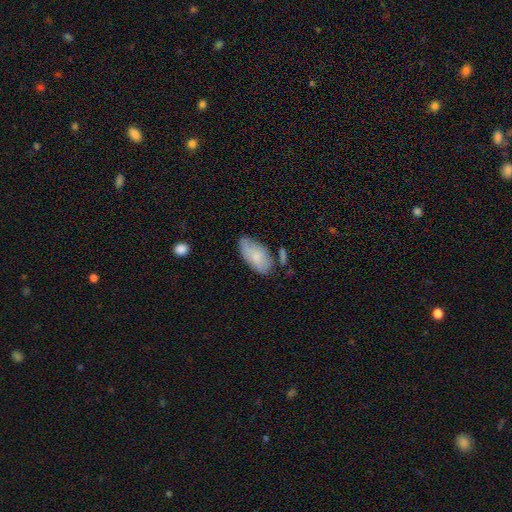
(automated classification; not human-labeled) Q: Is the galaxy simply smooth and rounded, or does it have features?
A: smooth — 76%.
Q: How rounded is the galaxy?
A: in between — 94%.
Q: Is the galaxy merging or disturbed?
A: none — 57%.